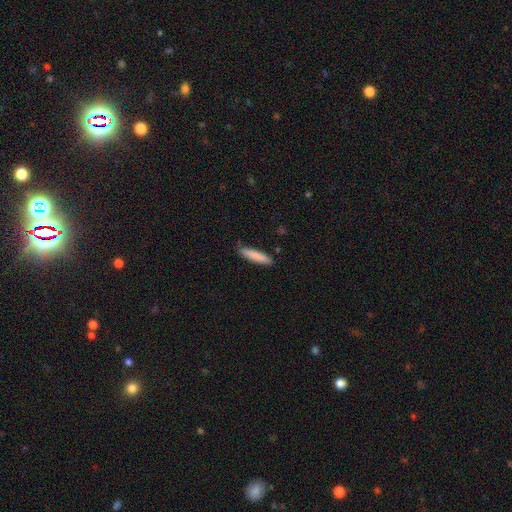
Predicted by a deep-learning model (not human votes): The model was most divided on "how rounded": cigar-shaped: 85%, in between: 14%, round: 1%. More confident: merging — none (85%); smooth or featured — smooth (83%).